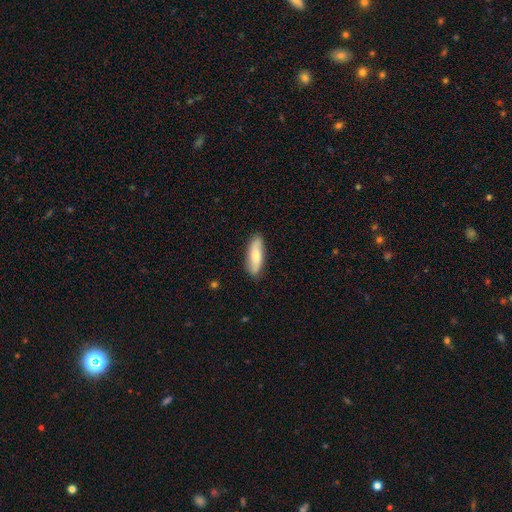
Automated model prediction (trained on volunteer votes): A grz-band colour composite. It shows a smooth galaxy with no disk features (67%) that is in between round and cigar-shaped (56%). Merging: none (86%).